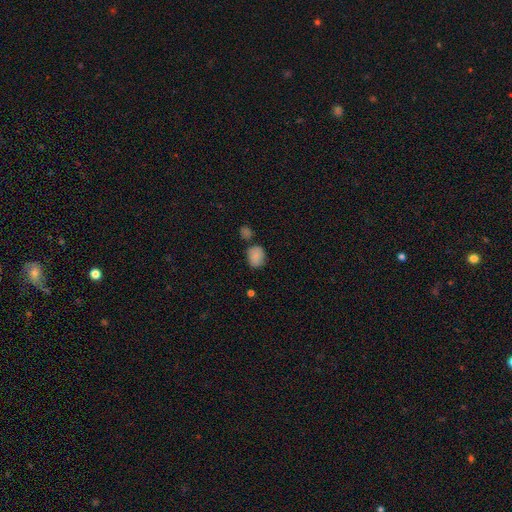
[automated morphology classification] type=smooth (84%); roundness=in between (54%); merging=none (66%).